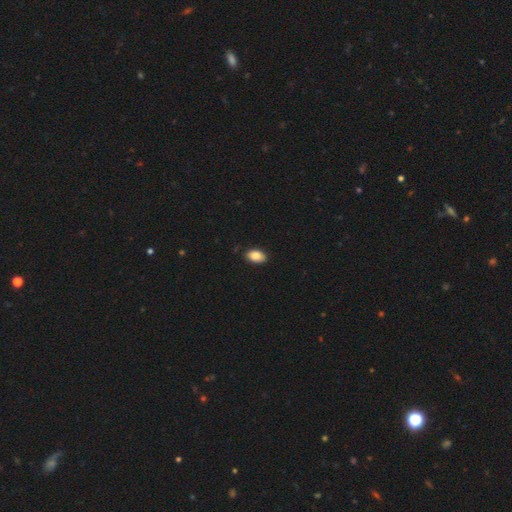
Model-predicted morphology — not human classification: Q: Smooth or featured?
A: smooth (88%); runner-up: star or artifact (7%)
Q: How rounded?
A: in between (91%); runner-up: round (8%)
Q: Merging?
A: none (85%); runner-up: minor disturbance (12%)